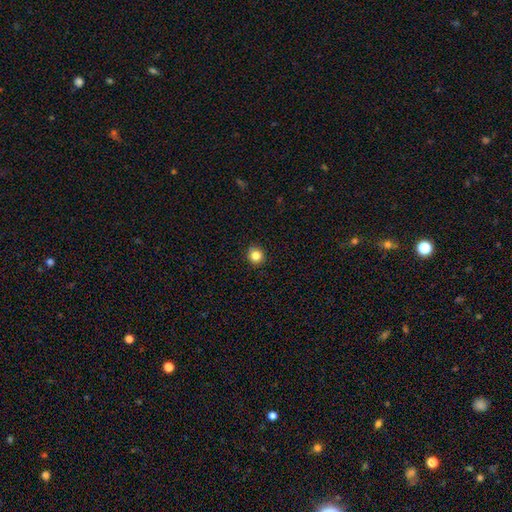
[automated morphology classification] type=smooth (84%); roundness=round (92%); merging=none (91%).